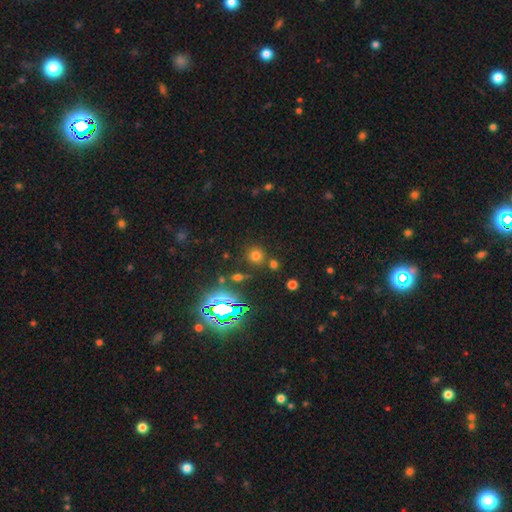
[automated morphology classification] Smooth or featured: smooth — 61% (star or artifact — 31%)
How rounded: round — 90% (in between — 9%)
Merging: none — 77% (merger — 10%)